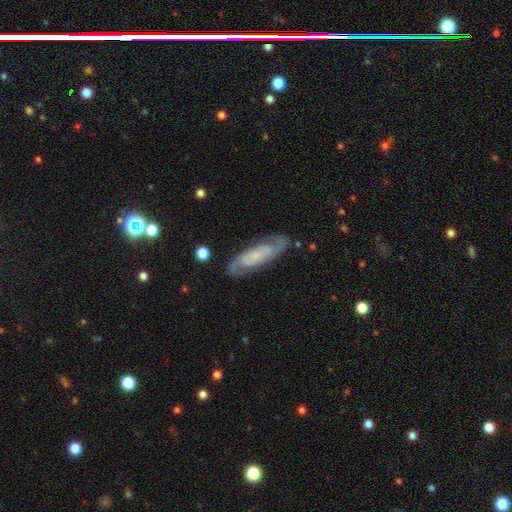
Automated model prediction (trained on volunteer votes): Smooth or featured: featured or disk — 80% (smooth — 14%)
Edge-on disk: no — 89% (yes — 11%)
Bar: no — 59% (weak — 30%)
Spiral arms: yes — 95% (no — 5%)
Spiral winding: tight — 44% (tied with medium — 44%)
Spiral arm count: 2 — 86% (can't tell — 8%)
Bulge size: small — 59% (none — 24%)
Merging: none — 82% (minor disturbance — 13%)